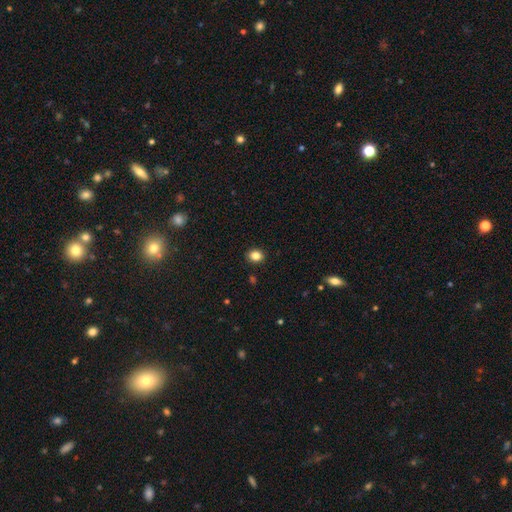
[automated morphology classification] Smooth or featured?
  - smooth: 84% *
  - star or artifact: 11%
  - featured or disk: 5%
How rounded?
  - round: 53% *
  - in between: 46%
  - cigar-shaped: 1%
Merging?
  - none: 90% *
  - minor disturbance: 7%
  - major disturbance: 2%
  - merger: 1%